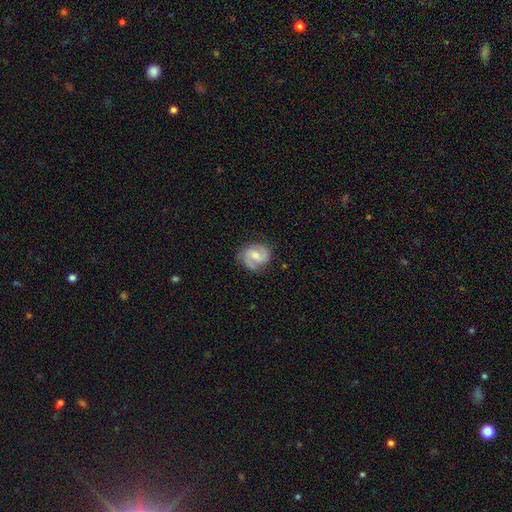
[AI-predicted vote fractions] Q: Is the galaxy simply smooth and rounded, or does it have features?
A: featured or disk — 66%.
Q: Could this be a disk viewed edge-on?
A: no — 98%.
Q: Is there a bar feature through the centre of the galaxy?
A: weak — 48%.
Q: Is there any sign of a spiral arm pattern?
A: yes — 91%.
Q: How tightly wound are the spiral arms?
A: medium — 46%.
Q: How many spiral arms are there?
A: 2 — 74%.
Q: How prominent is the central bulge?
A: moderate — 49%.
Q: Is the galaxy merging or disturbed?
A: none — 69%.